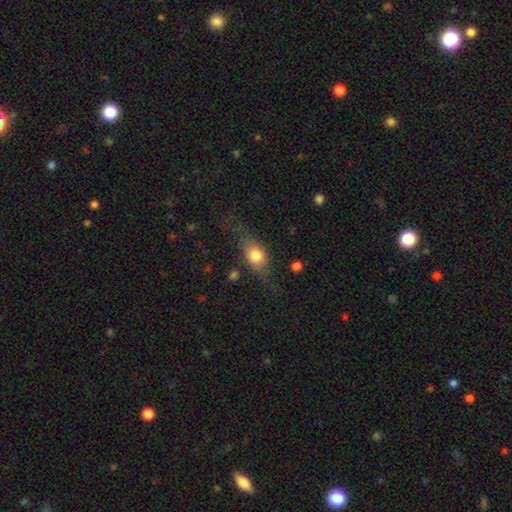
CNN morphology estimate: Smooth or featured? smooth (60%)
How rounded? in between (61%)
Merging? none (63%)